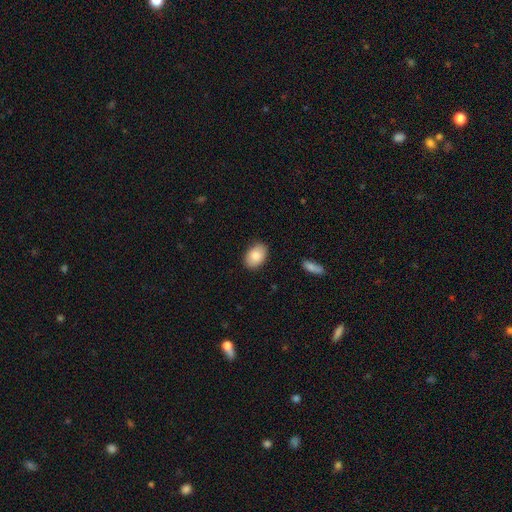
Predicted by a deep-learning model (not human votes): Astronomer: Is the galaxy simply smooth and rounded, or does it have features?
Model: smooth — 84%.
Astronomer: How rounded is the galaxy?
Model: in between — 87%.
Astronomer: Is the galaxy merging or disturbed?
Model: none — 87%.